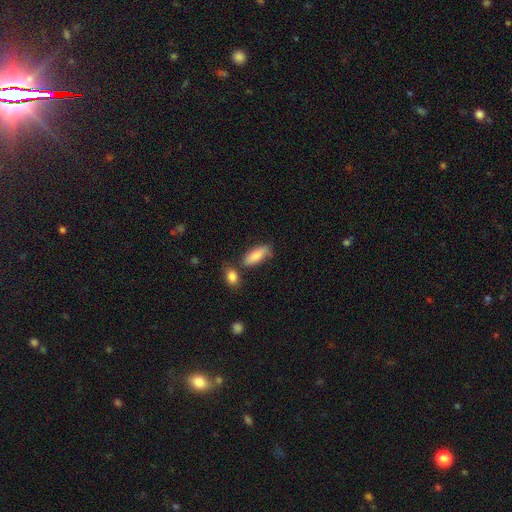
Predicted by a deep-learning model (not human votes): smooth 83%, featured or disk 11%, star or artifact 7%. Down the decision tree: how rounded — in between (72%); merging — none (58%).